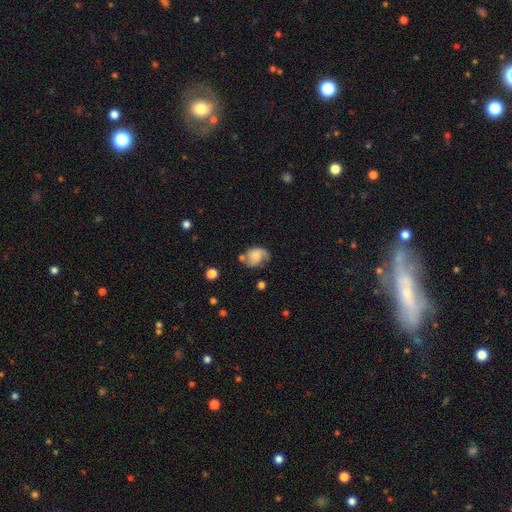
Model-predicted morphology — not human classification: This is possibly a featured or disk galaxy (47%). Merging: possibly none (46%).